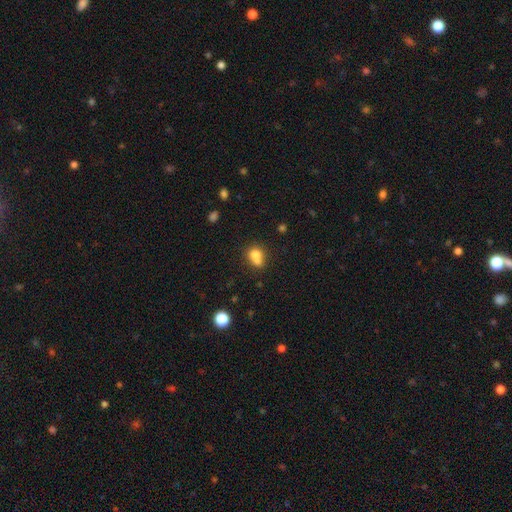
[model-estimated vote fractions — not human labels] Smooth or featured?
  - smooth: 73% *
  - featured or disk: 15%
  - star or artifact: 12%
How rounded?
  - round: 54% *
  - in between: 44%
  - cigar-shaped: 2%
Merging?
  - merger: 49% *
  - none: 32%
  - minor disturbance: 13%
  - major disturbance: 6%